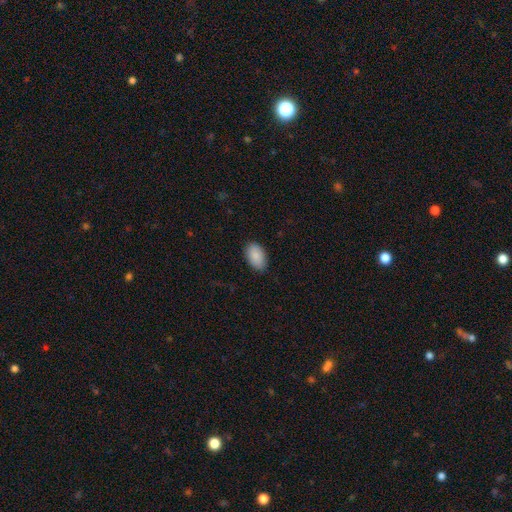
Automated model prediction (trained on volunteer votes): Q: Smooth or featured?
A: smooth (89%); runner-up: star or artifact (6%)
Q: How rounded?
A: in between (93%); runner-up: round (5%)
Q: Merging?
A: none (86%); runner-up: minor disturbance (11%)